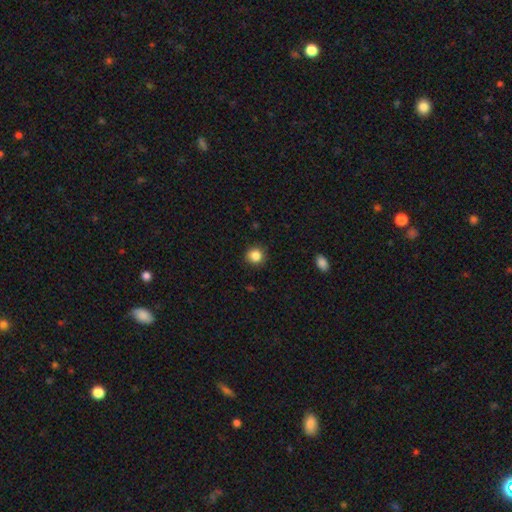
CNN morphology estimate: Smooth or featured? Predicted: smooth (p=0.86). How rounded? Predicted: round (p=0.90). Merging? Predicted: none (p=0.89).